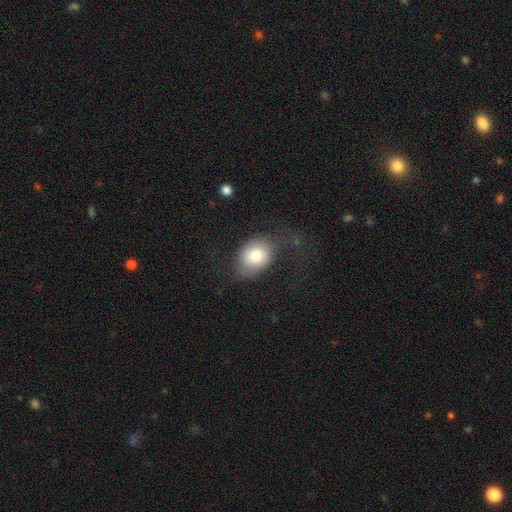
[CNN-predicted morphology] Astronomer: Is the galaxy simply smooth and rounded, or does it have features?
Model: smooth — 78%.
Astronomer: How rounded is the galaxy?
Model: in between — 67%.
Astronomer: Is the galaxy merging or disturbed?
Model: none — 54%.